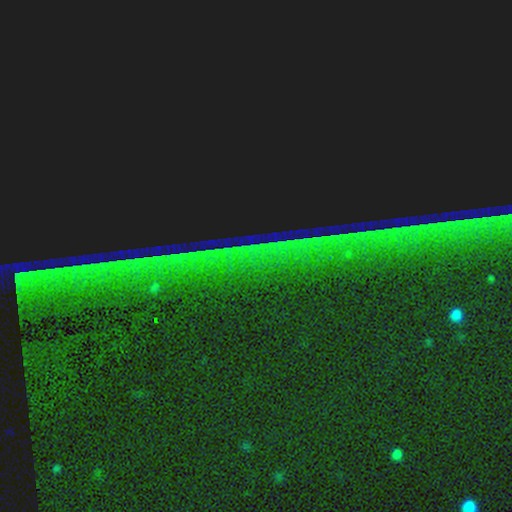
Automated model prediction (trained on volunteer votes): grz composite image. It shows a star or artifact, not a galaxy (87%).